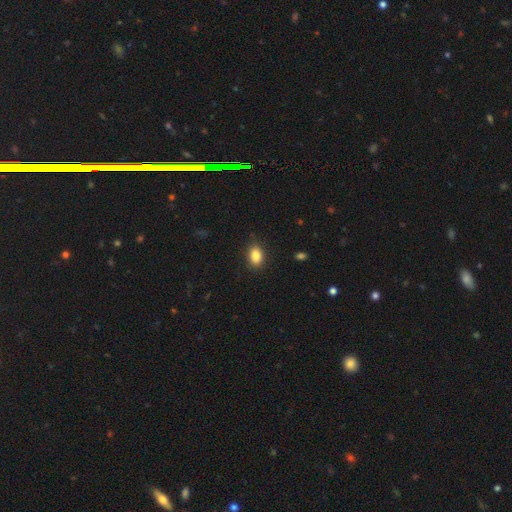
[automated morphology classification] A smooth galaxy with no disk features (86%) that is in between round and cigar-shaped (82%). Merging: none (85%).